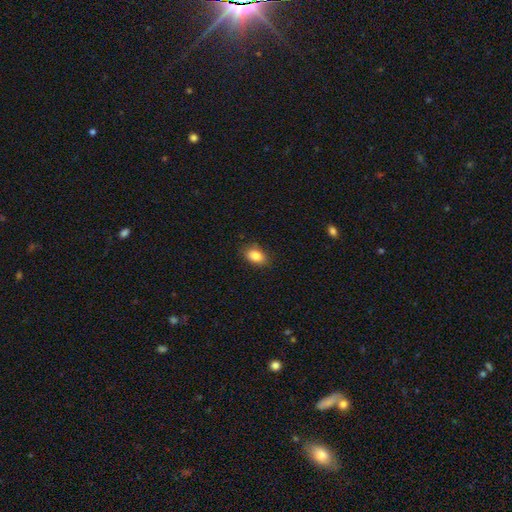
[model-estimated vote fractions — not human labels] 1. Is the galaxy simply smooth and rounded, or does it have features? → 85% smooth, 8% star or artifact, 6% featured or disk.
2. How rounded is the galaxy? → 83% in between, 16% round, 2% cigar-shaped.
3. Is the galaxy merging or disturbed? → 85% none, 12% minor disturbance, 2% major disturbance, 1% merger.